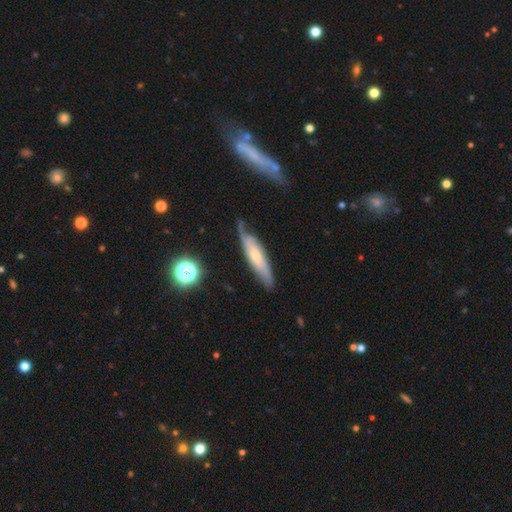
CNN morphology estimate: Smooth or featured?
  - featured or disk: 57% *
  - smooth: 37%
  - star or artifact: 7%
Edge-on disk?
  - yes: 51% *
  - no: 49%
Merging?
  - none: 62% *
  - minor disturbance: 27%
  - major disturbance: 8%
  - merger: 3%